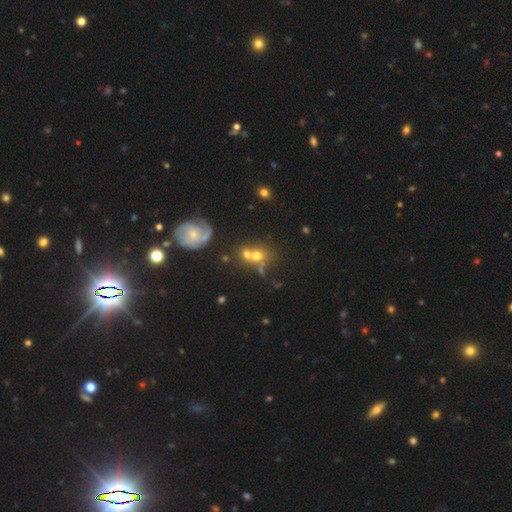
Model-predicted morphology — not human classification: Smooth or featured? smooth (43%)
Merging? none (50%)